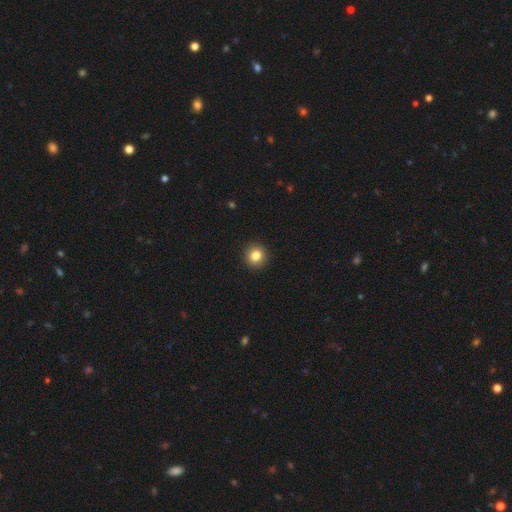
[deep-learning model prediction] Smooth or featured? Predicted: smooth (p=0.84). How rounded? Predicted: round (p=0.91). Merging? Predicted: none (p=0.93).